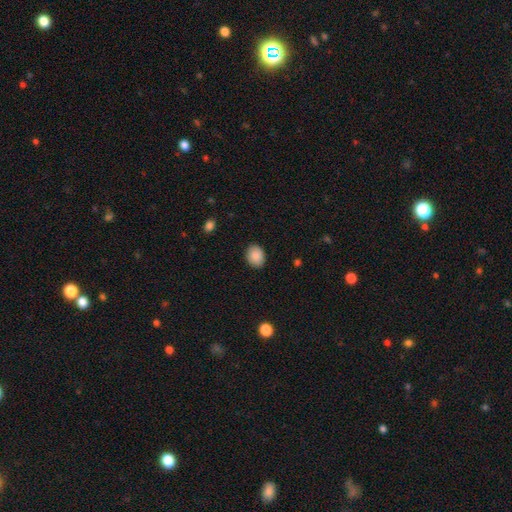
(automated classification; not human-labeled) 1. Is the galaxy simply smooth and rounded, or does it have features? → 87% smooth, 7% star or artifact, 6% featured or disk.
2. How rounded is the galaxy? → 61% in between, 38% round, 1% cigar-shaped.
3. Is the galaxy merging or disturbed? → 86% none, 10% minor disturbance, 2% major disturbance, 1% merger.